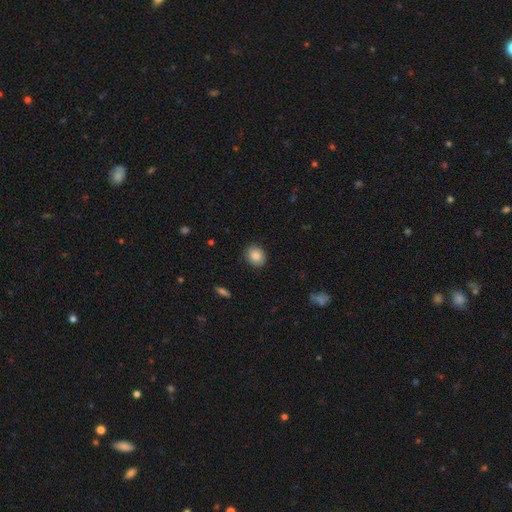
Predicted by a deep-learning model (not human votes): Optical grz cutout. It shows a smooth galaxy with no disk features (87%) that is round (63%). Merging: none (86%).